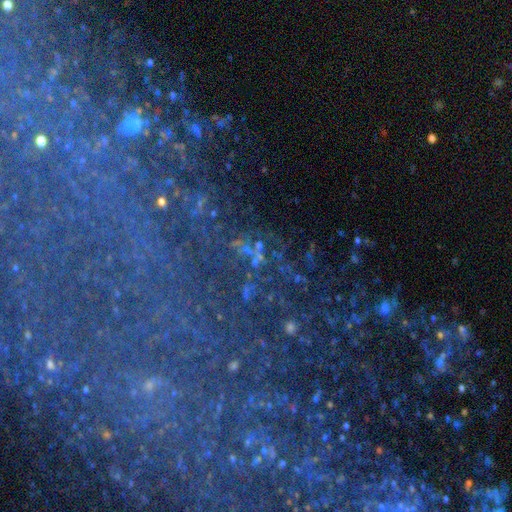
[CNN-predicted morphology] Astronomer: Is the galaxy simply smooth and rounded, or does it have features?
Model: star or artifact — 70%.